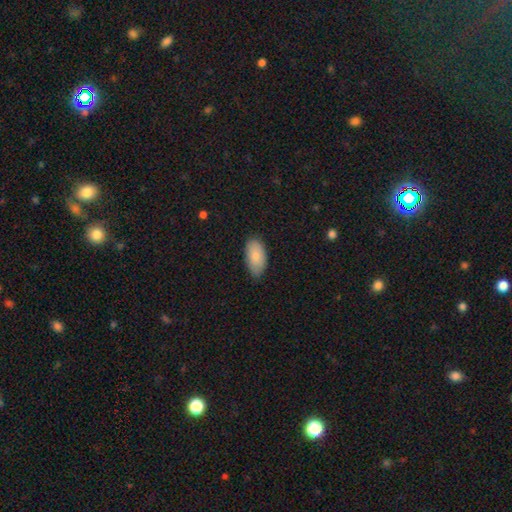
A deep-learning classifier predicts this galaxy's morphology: smooth 86%, featured or disk 8%, star or artifact 6%. Down the decision tree: how rounded — in between (95%); merging — none (77%).